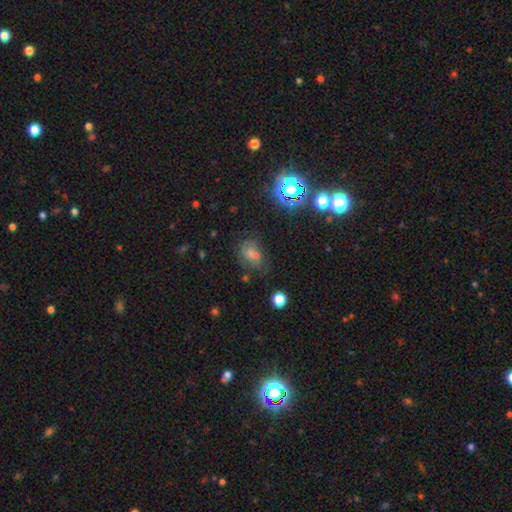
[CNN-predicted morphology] Overall: smooth (45%; star or artifact 37%). Merging: none (55%; minor disturbance 22%).